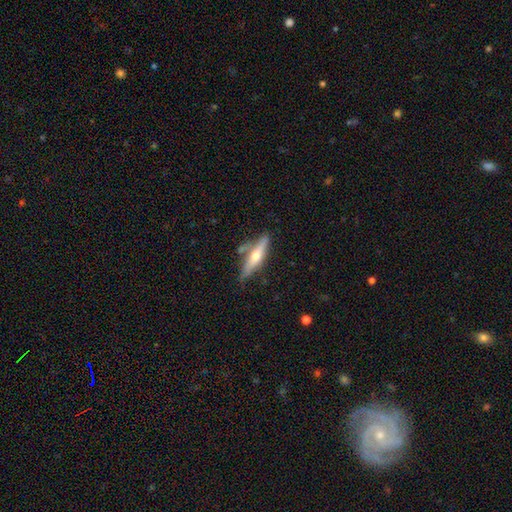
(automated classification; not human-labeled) Smooth or featured?
  - featured or disk: 57% *
  - smooth: 37%
  - star or artifact: 6%
Edge-on disk?
  - yes: 91% *
  - no: 9%
Edge-on bulge?
  - rounded: 91% *
  - none: 5%
  - boxy: 4%
Merging?
  - none: 64% *
  - minor disturbance: 19%
  - merger: 11%
  - major disturbance: 5%